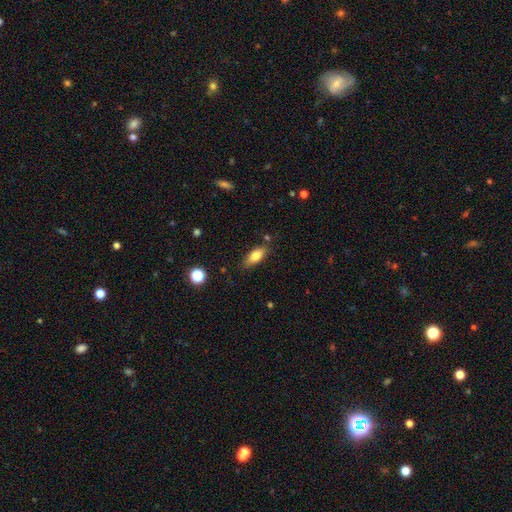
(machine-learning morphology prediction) Smooth or featured? smooth (77%)
How rounded? in between (79%)
Merging? none (79%)